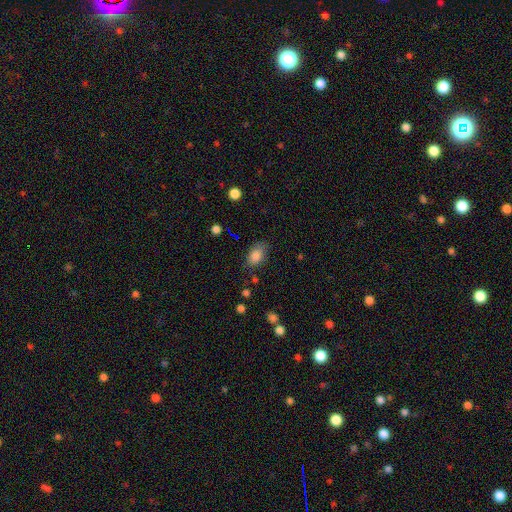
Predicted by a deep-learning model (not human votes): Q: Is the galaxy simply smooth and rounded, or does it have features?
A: smooth — 83%.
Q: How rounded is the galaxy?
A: in between — 87%.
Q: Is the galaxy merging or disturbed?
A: none — 75%.